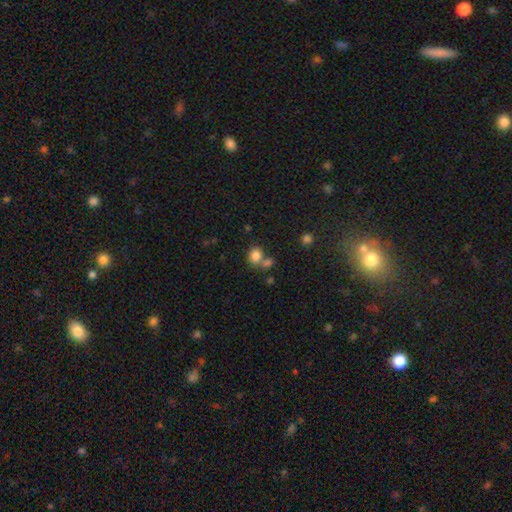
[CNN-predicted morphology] type=smooth (82%); roundness=round (58%); merging=none (49%).